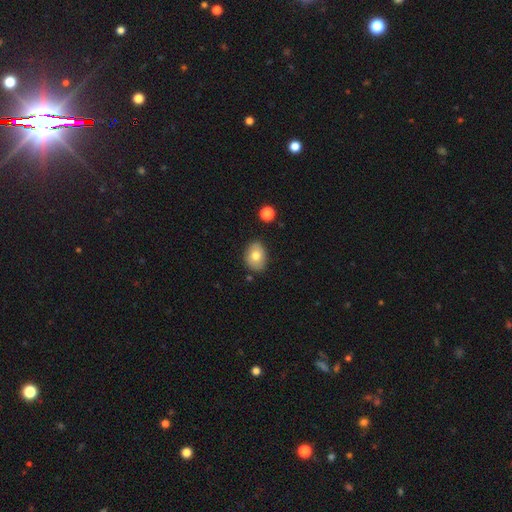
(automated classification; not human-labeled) smooth_or_featured: smooth (p=0.77) [alt: featured or disk p=0.14]
how_rounded: in between (p=0.71) [alt: round p=0.28]
merging: none (p=0.82) [alt: minor disturbance p=0.13]